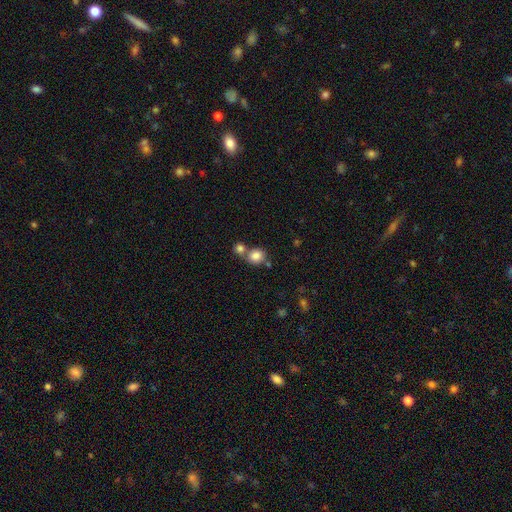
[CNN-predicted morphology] smooth 83%, star or artifact 10%, featured or disk 7%. Down the decision tree: how rounded — round (78%); merging — none (49%).